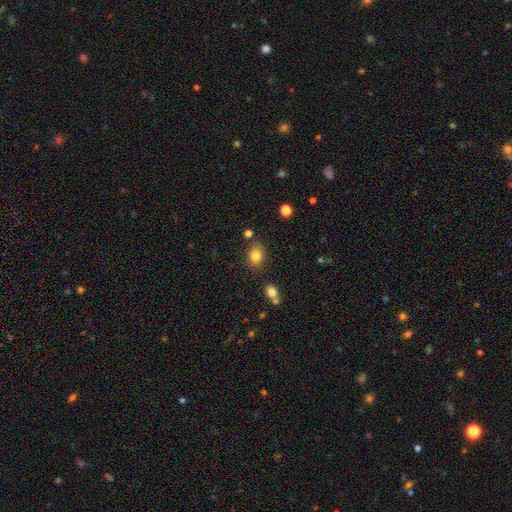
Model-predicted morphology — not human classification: smooth-or-featured: smooth: 83% | star or artifact: 10% | featured or disk: 7%
  how-rounded: in between: 62% | round: 37% | cigar-shaped: 1%
  merging: none: 81% | minor disturbance: 11% | merger: 5% | major disturbance: 3%